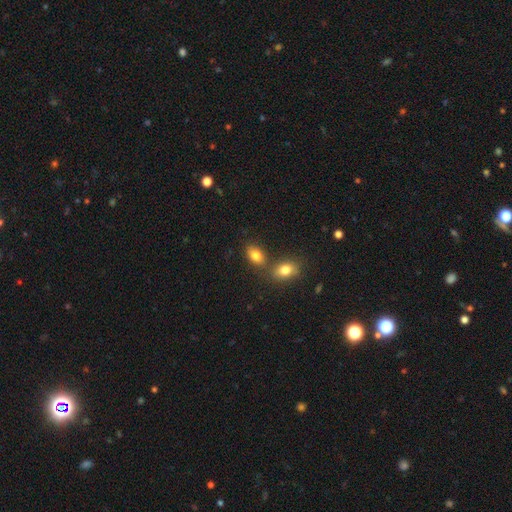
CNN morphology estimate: This is clearly a smooth galaxy (80%). How rounded: clearly in between (86%). Merging: possibly none (60%).